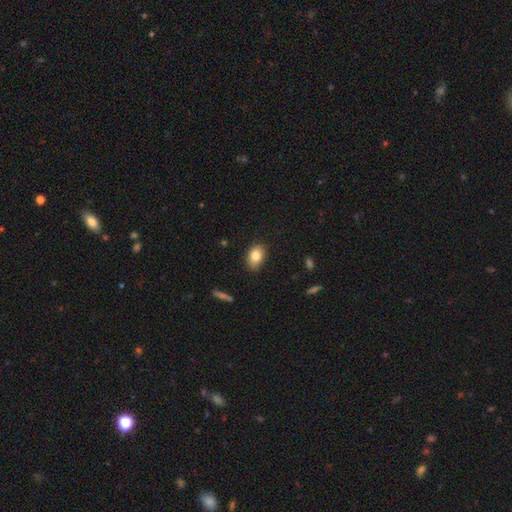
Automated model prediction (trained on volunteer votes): The model was most divided on "how rounded": in between: 83%, round: 16%, cigar-shaped: 1%. More confident: merging — none (84%); smooth or featured — smooth (81%).